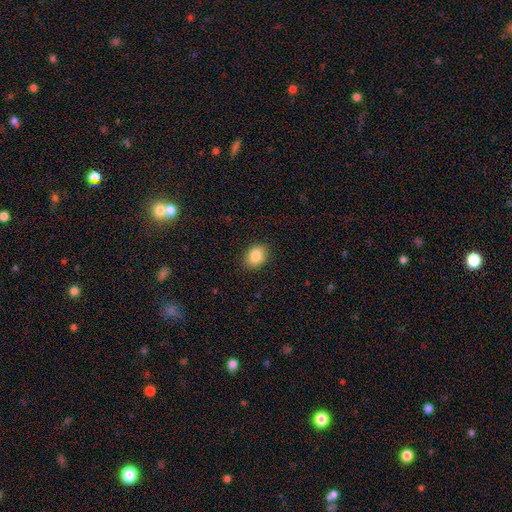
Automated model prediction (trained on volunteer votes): Smooth or featured: smooth — 86% (star or artifact — 8%)
How rounded: in between — 68% (round — 31%)
Merging: none — 88% (minor disturbance — 9%)